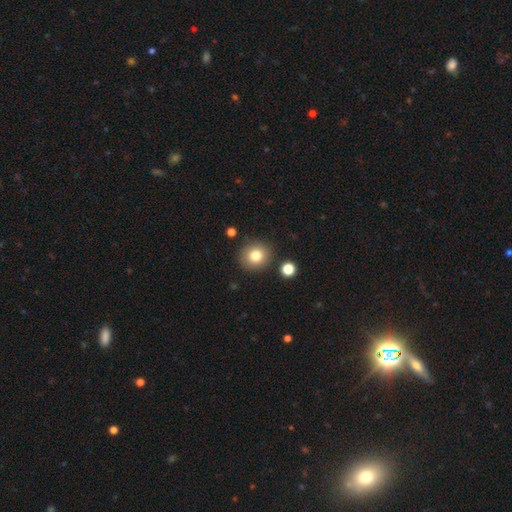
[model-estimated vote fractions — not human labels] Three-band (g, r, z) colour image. It shows a smooth galaxy with no disk features (80%) that is round (87%). Merging: none (86%).